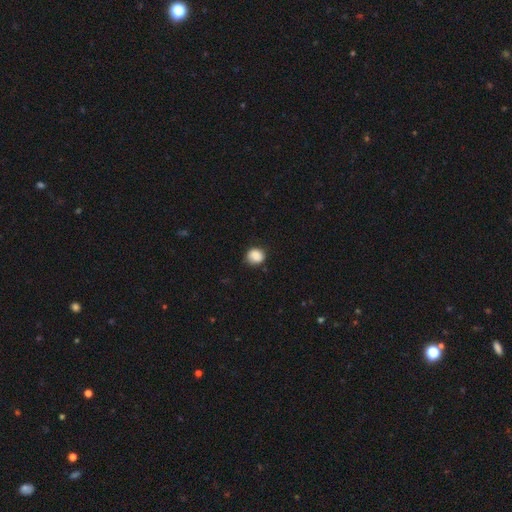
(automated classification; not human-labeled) Q: Smooth or featured?
A: smooth (88%); runner-up: star or artifact (8%)
Q: How rounded?
A: round (77%); runner-up: in between (22%)
Q: Merging?
A: none (79%); runner-up: minor disturbance (17%)